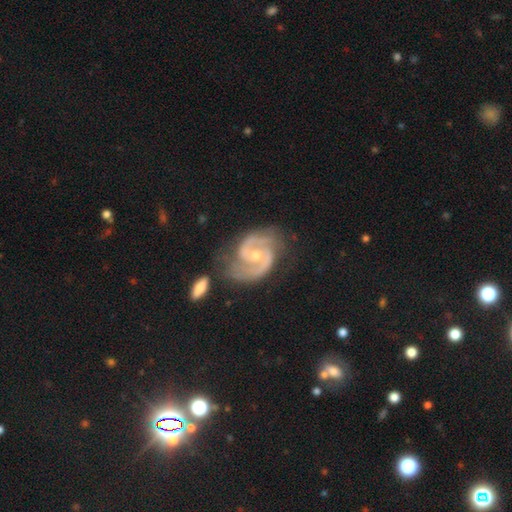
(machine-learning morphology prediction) smooth_or_featured: featured or disk (p=0.92) [alt: star or artifact p=0.04]
disk_edge_on: no (p=0.98) [alt: yes p=0.02]
bar: no (p=0.49) [alt: weak p=0.39]
has_spiral_arms: yes (p=0.98) [alt: no p=0.02]
spiral_winding: medium (p=0.56) [alt: tight p=0.32]
spiral_arm_count: 2 (p=0.89) [alt: 3 p=0.04]
bulge_size: moderate (p=0.48) [tied with: small p=0.48]
merging: none (p=0.64) [alt: minor disturbance p=0.22]